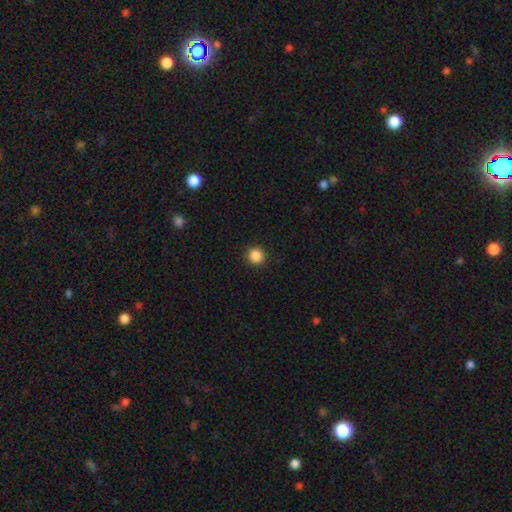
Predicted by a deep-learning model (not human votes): The model was most divided on "smooth or featured": smooth: 87%, star or artifact: 10%, featured or disk: 3%. More confident: how rounded — round (95%); merging — none (93%).